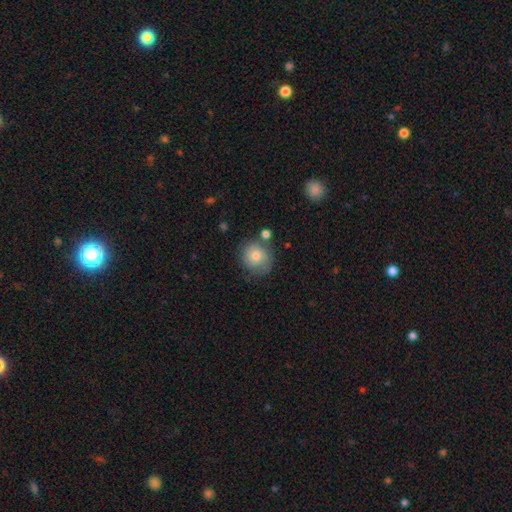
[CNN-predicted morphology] Smooth or featured: smooth — 75% (featured or disk — 16%)
How rounded: round — 86% (in between — 13%)
Merging: none — 66% (minor disturbance — 21%)